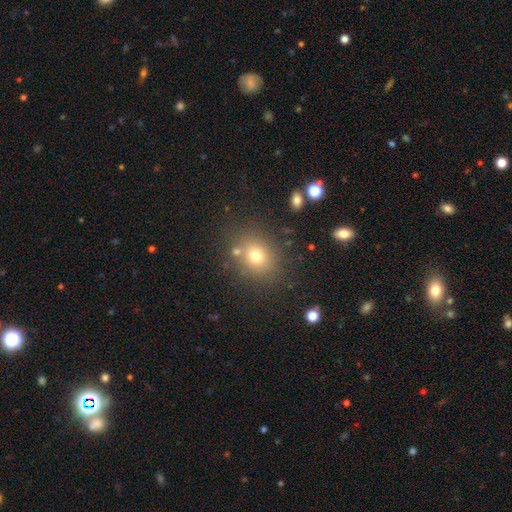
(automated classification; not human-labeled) Smooth or featured?
  - smooth: 71% *
  - star or artifact: 17%
  - featured or disk: 12%
How rounded?
  - round: 67% *
  - in between: 32%
  - cigar-shaped: 1%
Merging?
  - none: 79% *
  - minor disturbance: 10%
  - merger: 7%
  - major disturbance: 4%